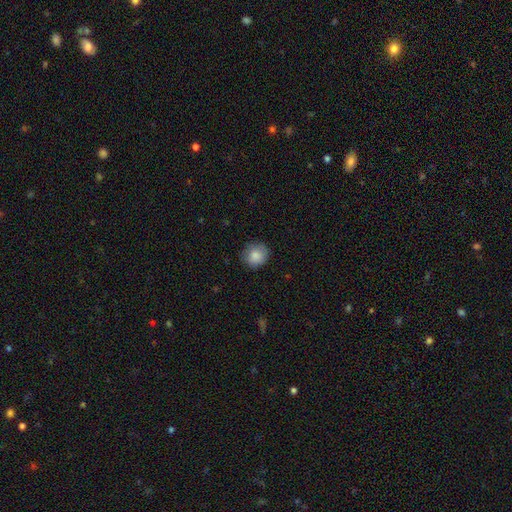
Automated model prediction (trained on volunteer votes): Smooth or featured: smooth — 86% (star or artifact — 8%)
How rounded: round — 82% (in between — 17%)
Merging: none — 81% (minor disturbance — 15%)